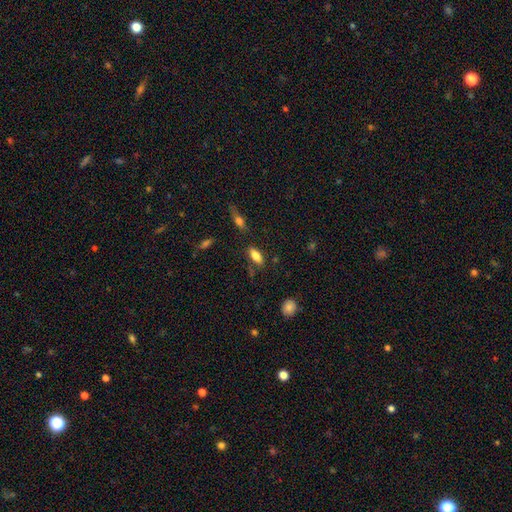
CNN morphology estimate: A smooth galaxy with no disk features (79%) that is in between round and cigar-shaped (82%).

Vote fractions:
- Smooth or featured? smooth: 79% / featured or disk: 12% / star or artifact: 8%
- How rounded? in between: 82% / cigar-shaped: 15% / round: 3%
- Merging? none: 75% / minor disturbance: 16% / major disturbance: 5% / merger: 4%